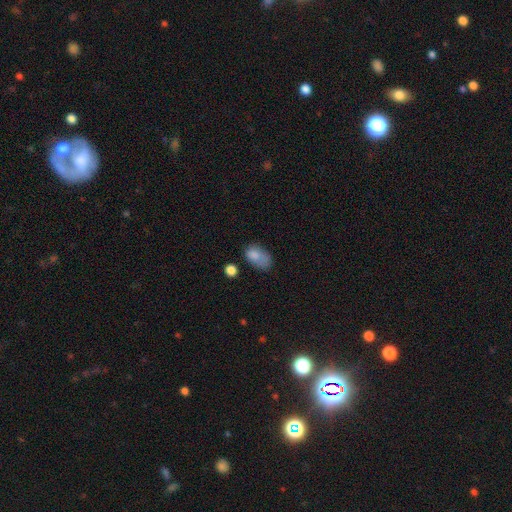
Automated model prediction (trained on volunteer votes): smooth-or-featured: smooth: 80% | featured or disk: 10% | star or artifact: 10%
  how-rounded: in between: 87% | round: 12% | cigar-shaped: 2%
  merging: none: 40% | minor disturbance: 33% | major disturbance: 20% | merger: 7%